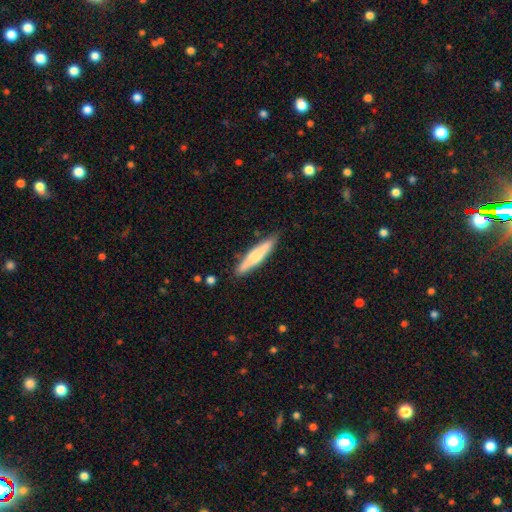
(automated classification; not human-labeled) Overall: smooth (58%; featured or disk 37%). How rounded: cigar-shaped (89%). Merging: none (86%).